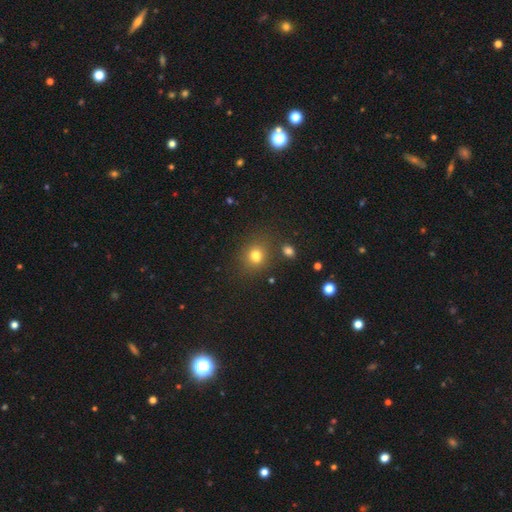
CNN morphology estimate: type=smooth (78%); roundness=round (71%); merging=none (79%).